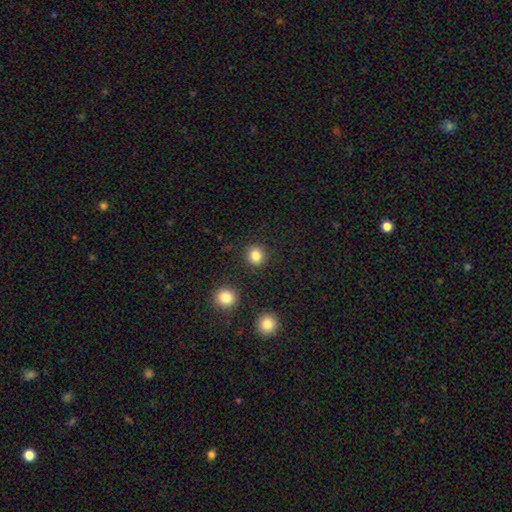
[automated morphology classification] Q: Smooth or featured?
A: smooth (85%); runner-up: star or artifact (11%)
Q: How rounded?
A: round (86%); runner-up: in between (13%)
Q: Merging?
A: none (89%); runner-up: minor disturbance (6%)